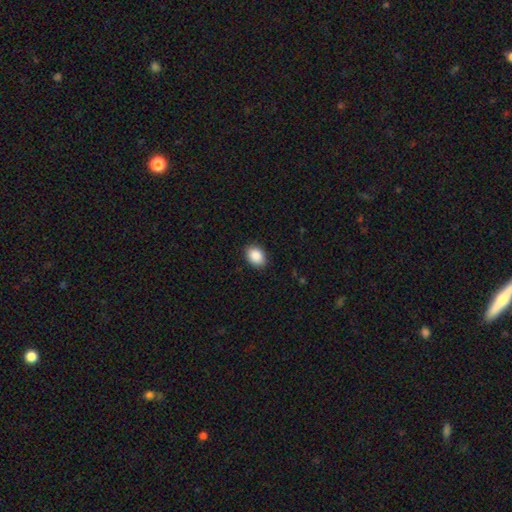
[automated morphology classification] Smooth or featured: smooth — 90% (star or artifact — 7%)
How rounded: in between — 74% (round — 25%)
Merging: none — 89% (minor disturbance — 8%)